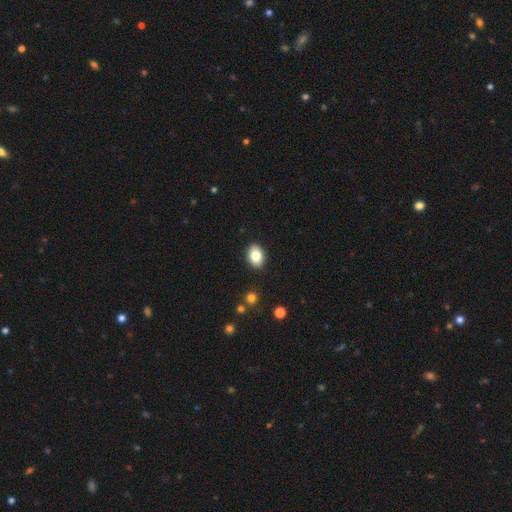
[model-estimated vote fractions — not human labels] Overall: smooth (82%). How rounded: in between (77%). Merging: none (90%).